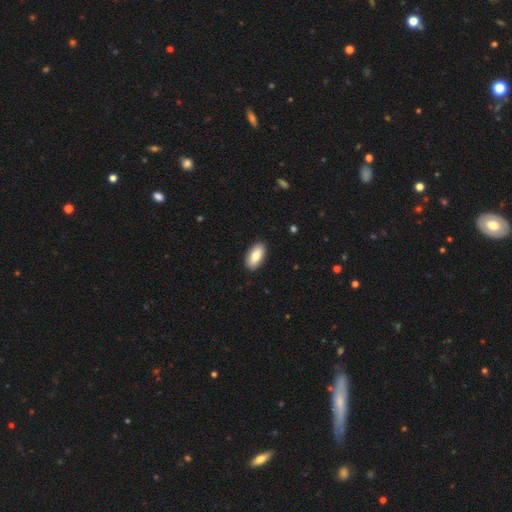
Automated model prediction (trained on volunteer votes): Morphology: type=smooth (82%); roundness=in between (93%); merging=none (90%).